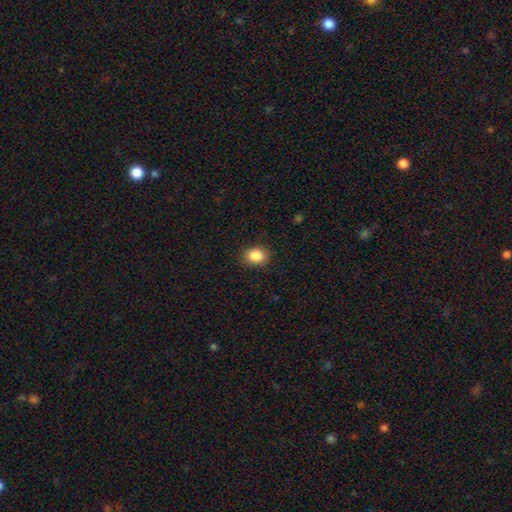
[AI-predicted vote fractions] Overall: smooth (87%). How rounded: in between (50%, tied with round). Merging: none (88%).